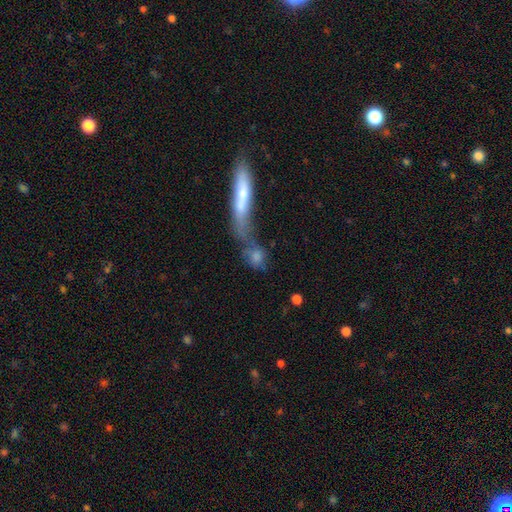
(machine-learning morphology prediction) Smooth or featured? Predicted: smooth (p=0.70). How rounded? Predicted: round (p=0.44). Merging? Predicted: merger (p=0.48).